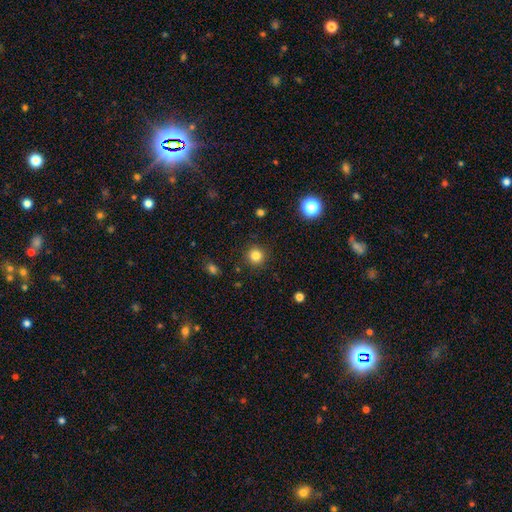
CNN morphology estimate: smooth 83%, star or artifact 12%, featured or disk 5%. Down the decision tree: how rounded — round (94%); merging — none (90%).